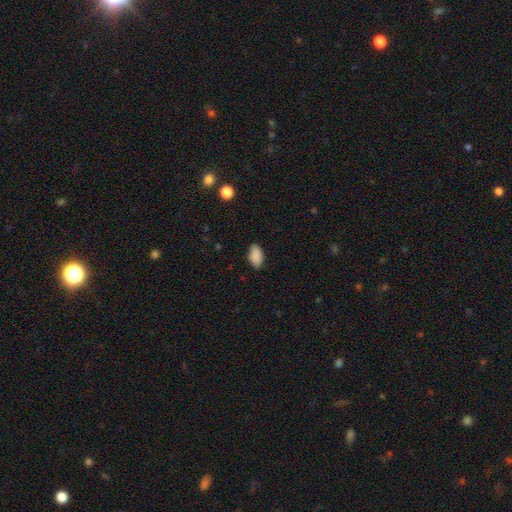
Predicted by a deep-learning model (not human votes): Smooth or featured: smooth — 89% (star or artifact — 8%)
How rounded: in between — 93% (round — 4%)
Merging: none — 84% (minor disturbance — 12%)